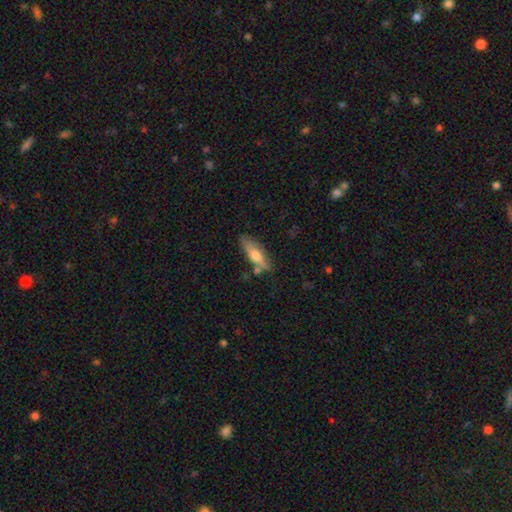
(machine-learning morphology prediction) Smooth or featured: smooth — 65% (featured or disk — 29%)
How rounded: in between — 51% (cigar-shaped — 47%)
Merging: none — 65% (minor disturbance — 20%)